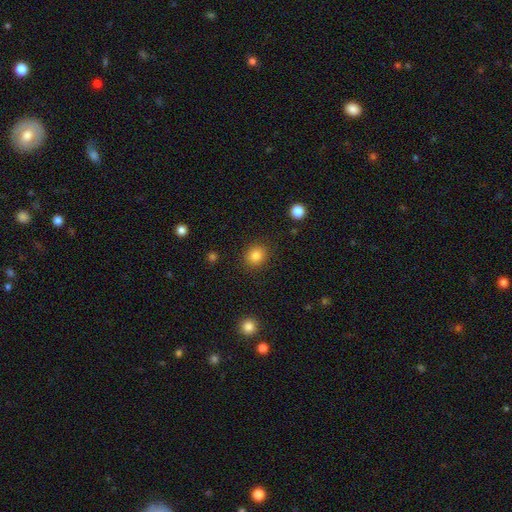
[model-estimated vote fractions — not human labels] Smooth or featured?
  - smooth: 84% *
  - star or artifact: 11%
  - featured or disk: 5%
How rounded?
  - round: 72% *
  - in between: 27%
  - cigar-shaped: 1%
Merging?
  - none: 88% *
  - minor disturbance: 8%
  - major disturbance: 3%
  - merger: 1%